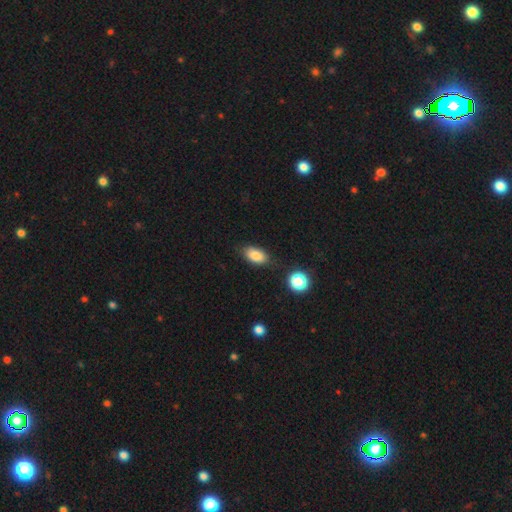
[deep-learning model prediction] The model was most divided on "merging": none: 77%, minor disturbance: 15%, merger: 5%, major disturbance: 3%. More confident: how rounded — in between (90%); smooth or featured — smooth (84%).